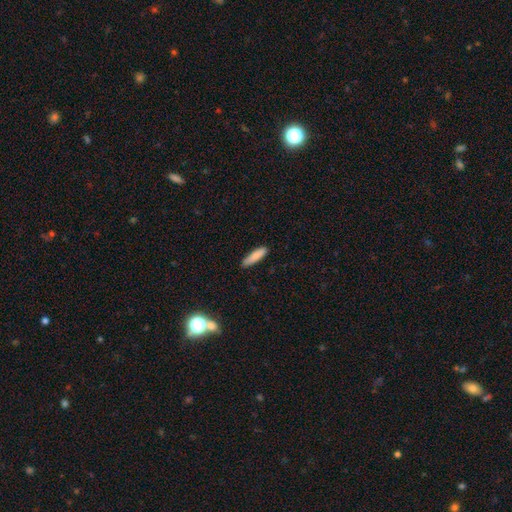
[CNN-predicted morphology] A smooth galaxy with no disk features (85%) that is cigar-shaped (71%).

Vote fractions:
- Smooth or featured? smooth: 85% / featured or disk: 9% / star or artifact: 6%
- How rounded? cigar-shaped: 71% / in between: 27% / round: 2%
- Merging? none: 87% / minor disturbance: 10% / major disturbance: 2% / merger: 1%